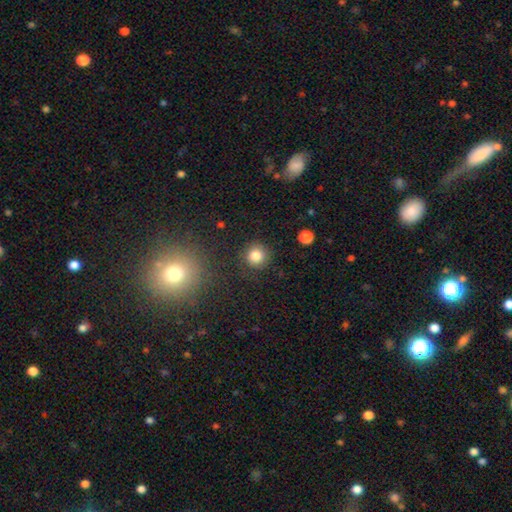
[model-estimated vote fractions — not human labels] Overall: smooth (84%). How rounded: round (92%). Merging: none (88%).